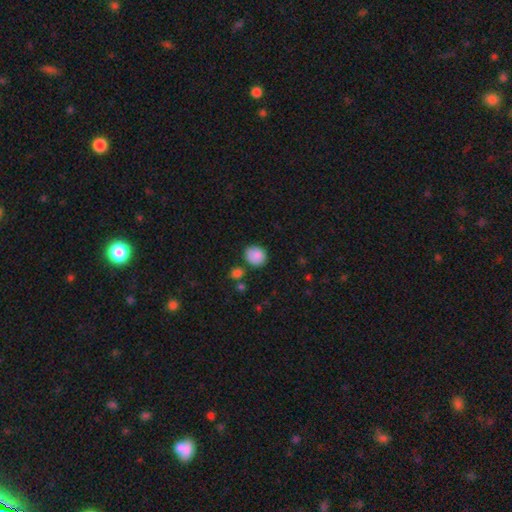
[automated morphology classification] This is clearly a smooth galaxy (86%). How rounded: likely round (67%). Merging: likely none (74%).